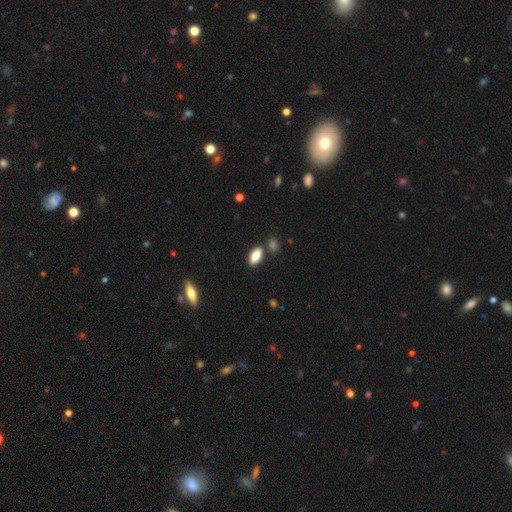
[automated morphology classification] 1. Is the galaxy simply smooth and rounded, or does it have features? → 81% smooth, 12% featured or disk, 7% star or artifact.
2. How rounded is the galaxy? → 89% in between, 8% cigar-shaped, 3% round.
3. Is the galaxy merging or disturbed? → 79% none, 10% minor disturbance, 8% merger, 2% major disturbance.